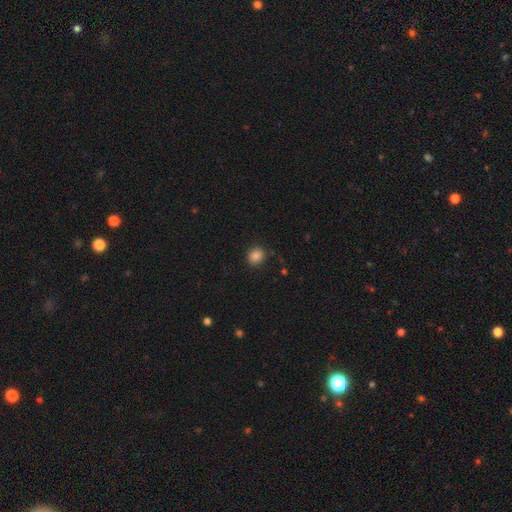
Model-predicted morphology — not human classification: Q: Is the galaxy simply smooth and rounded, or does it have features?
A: smooth — 85%.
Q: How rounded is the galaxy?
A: round — 78%.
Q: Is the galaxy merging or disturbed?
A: none — 87%.